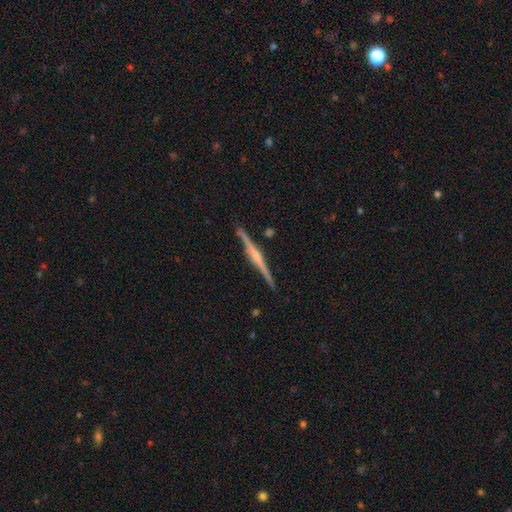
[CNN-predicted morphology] featured or disk 82%, smooth 13%, star or artifact 5%. Down the decision tree: edge-on disk — yes (99%); edge-on bulge — rounded (67%); merging — none (91%).